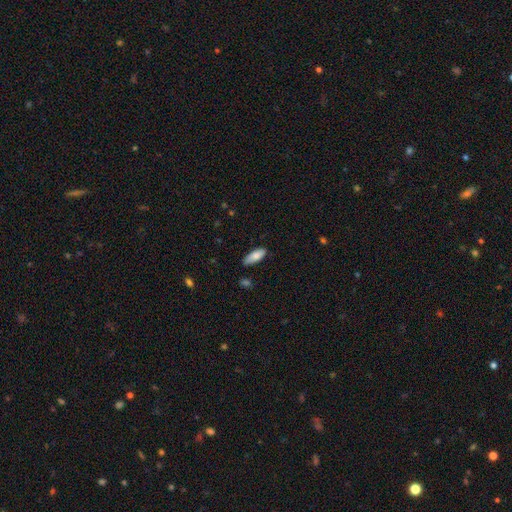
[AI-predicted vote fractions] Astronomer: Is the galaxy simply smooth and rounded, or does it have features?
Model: smooth — 83%.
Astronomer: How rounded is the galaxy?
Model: in between — 74%.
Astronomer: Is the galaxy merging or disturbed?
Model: none — 78%.